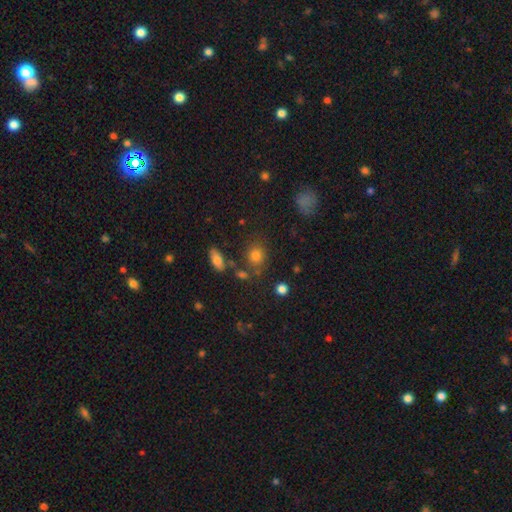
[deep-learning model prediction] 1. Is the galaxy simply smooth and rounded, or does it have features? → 79% smooth, 13% star or artifact, 9% featured or disk.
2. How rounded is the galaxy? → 63% round, 35% in between, 2% cigar-shaped.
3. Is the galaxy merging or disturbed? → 70% none, 15% minor disturbance, 10% merger, 6% major disturbance.